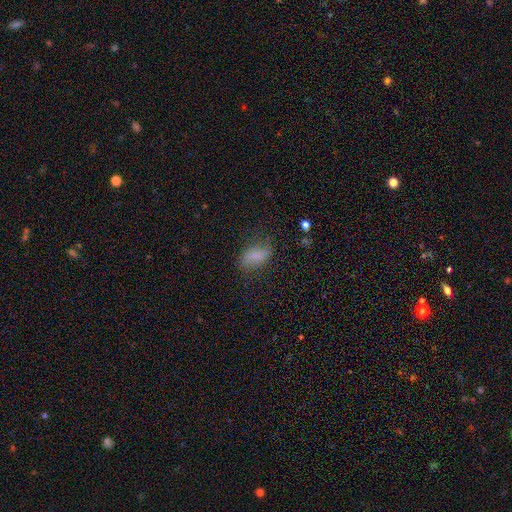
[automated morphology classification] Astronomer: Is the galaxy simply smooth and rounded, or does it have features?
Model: smooth — 74%.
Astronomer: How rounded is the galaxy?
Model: in between — 89%.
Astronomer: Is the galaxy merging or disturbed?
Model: none — 62%.